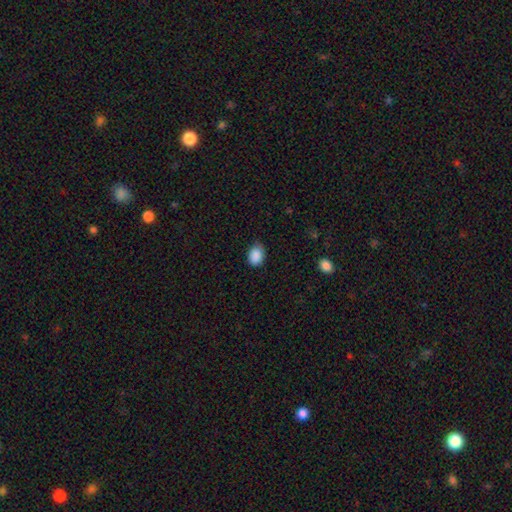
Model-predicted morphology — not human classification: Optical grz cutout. It shows a smooth galaxy with no disk features (89%) that is in between round and cigar-shaped (70%). Merging: none (70%).